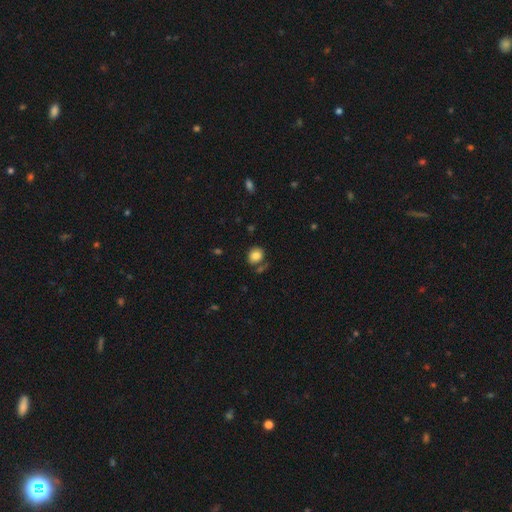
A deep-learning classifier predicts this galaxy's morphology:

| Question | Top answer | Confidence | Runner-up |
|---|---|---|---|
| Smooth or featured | smooth | 83% | star or artifact (10%) |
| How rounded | round | 69% | in between (30%) |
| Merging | none | 74% | minor disturbance (13%) |